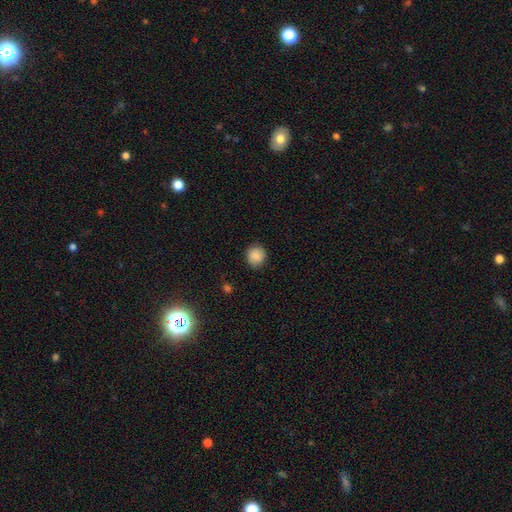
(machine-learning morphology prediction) Smooth or featured? Predicted: smooth (p=0.87). How rounded? Predicted: round (p=0.83). Merging? Predicted: none (p=0.86).